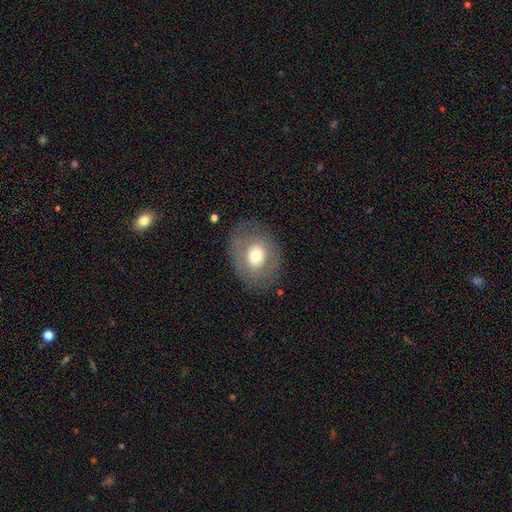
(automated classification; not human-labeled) smooth-or-featured: smooth: 60% | featured or disk: 31% | star or artifact: 9%
  how-rounded: in between: 59% | round: 40% | cigar-shaped: 1%
  merging: none: 77% | minor disturbance: 14% | major disturbance: 8% | merger: 1%